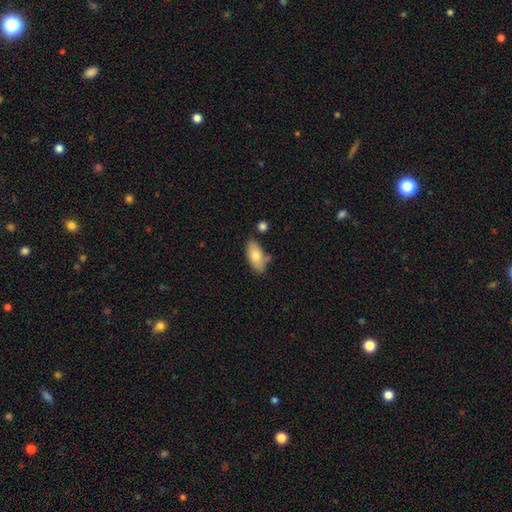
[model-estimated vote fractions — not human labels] This appears to be a smooth galaxy with no disk features (75%) that is in between round and cigar-shaped (91%). Merging: none (68%).